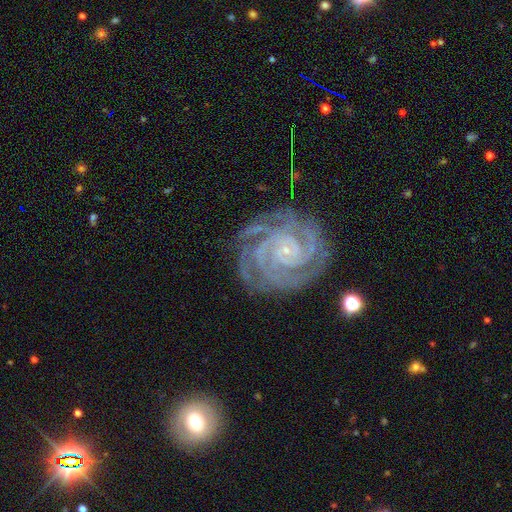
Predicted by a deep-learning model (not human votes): Smooth or featured? Predicted: featured or disk (p=0.90). Edge-on disk? Predicted: no (p=0.98). Bar? Predicted: no (p=0.66). Spiral arms? Predicted: yes (p=0.99). Spiral winding? Predicted: tight (p=0.84). Spiral arm count? Predicted: 3 (p=0.27). Bulge size? Predicted: small (p=0.82). Merging? Predicted: none (p=0.80).